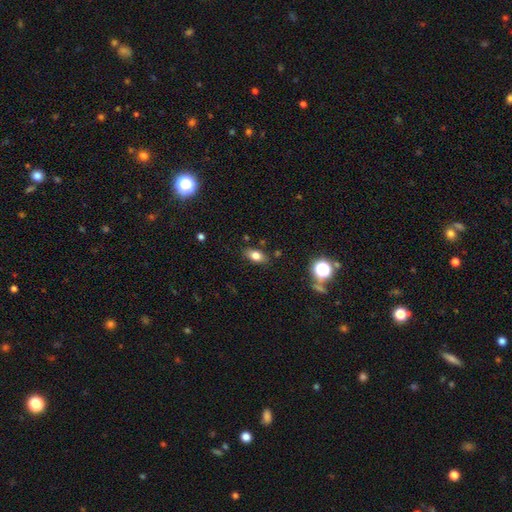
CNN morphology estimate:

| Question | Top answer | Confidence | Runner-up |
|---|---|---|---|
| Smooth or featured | smooth | 74% | featured or disk (15%) |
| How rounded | in between | 83% | round (9%) |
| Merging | none | 84% | minor disturbance (11%) |